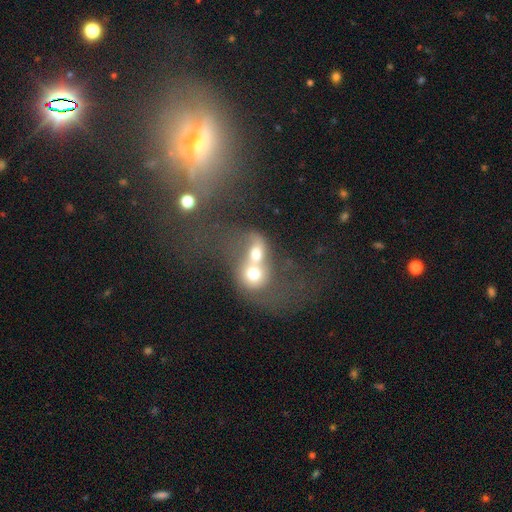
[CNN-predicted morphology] type=smooth (48%); merging=merger (78%).